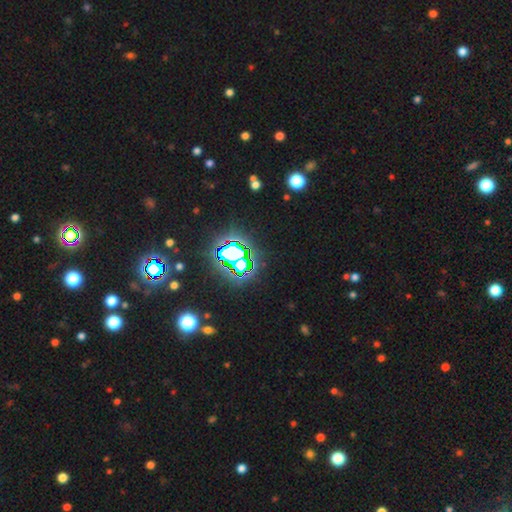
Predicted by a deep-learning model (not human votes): A star or artifact, not a galaxy (83%).

Vote fractions:
- Smooth or featured? star or artifact: 83% / smooth: 10% / featured or disk: 7%